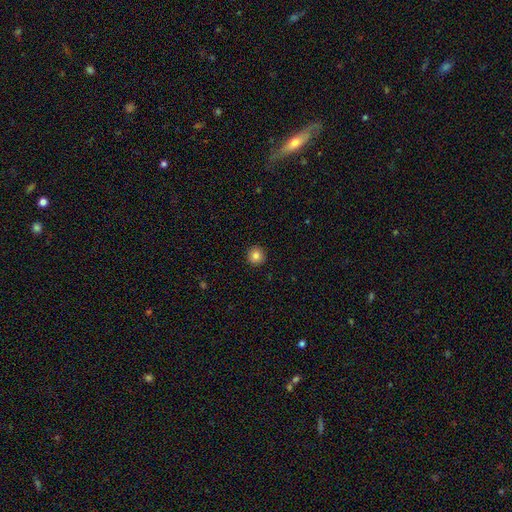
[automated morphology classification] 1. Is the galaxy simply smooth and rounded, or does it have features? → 84% smooth, 10% star or artifact, 6% featured or disk.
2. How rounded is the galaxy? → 95% round, 4% in between, 1% cigar-shaped.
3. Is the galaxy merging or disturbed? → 93% none, 5% minor disturbance, 1% major disturbance, 1% merger.